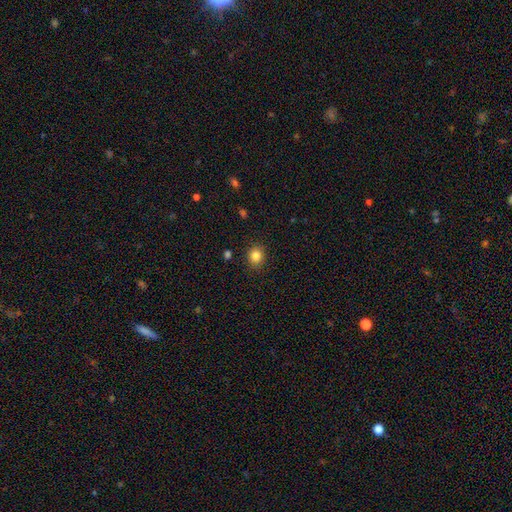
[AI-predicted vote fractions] Q: Smooth or featured?
A: smooth (85%); runner-up: star or artifact (11%)
Q: How rounded?
A: round (73%); runner-up: in between (26%)
Q: Merging?
A: none (89%); runner-up: minor disturbance (8%)